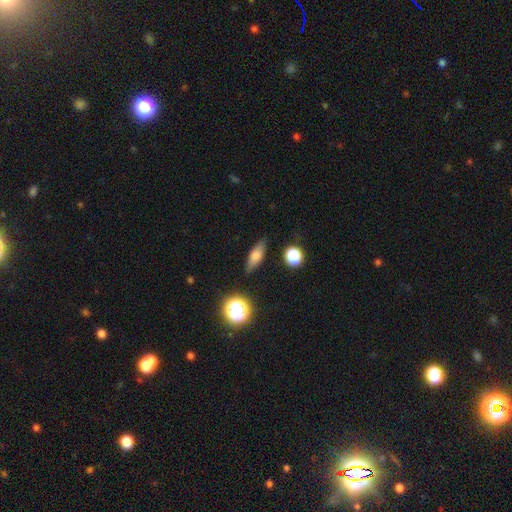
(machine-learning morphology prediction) Smooth or featured? Predicted: smooth (p=0.69). How rounded? Predicted: in between (p=0.57). Merging? Predicted: none (p=0.82).